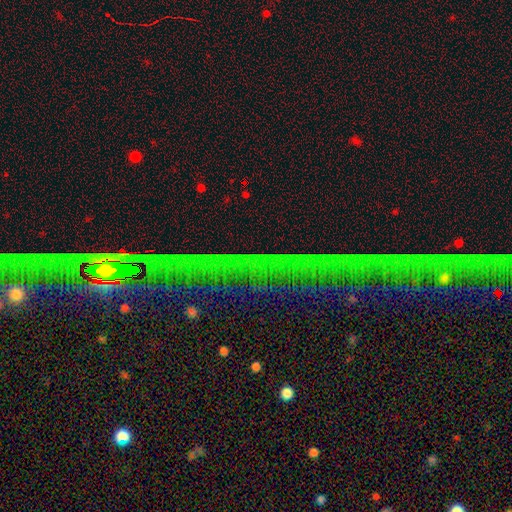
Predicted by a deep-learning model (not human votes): Smooth or featured: star or artifact — 82% (featured or disk — 11%)